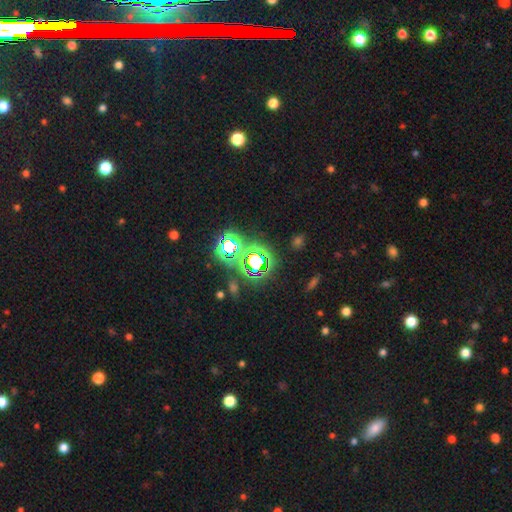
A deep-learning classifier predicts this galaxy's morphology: Smooth or featured? Predicted: star or artifact (p=0.75).